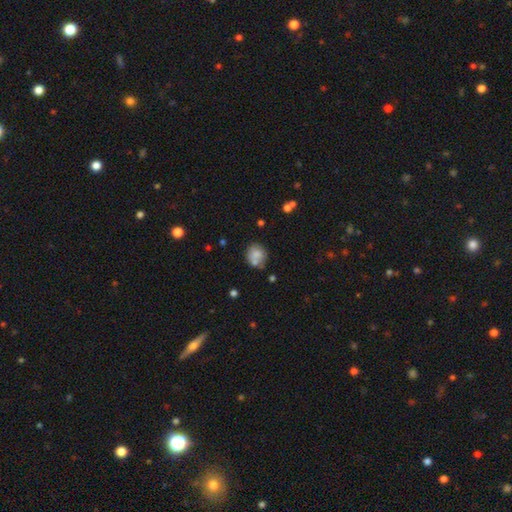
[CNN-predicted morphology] Overall: smooth (75%). How rounded: round (75%). Merging: none (60%).